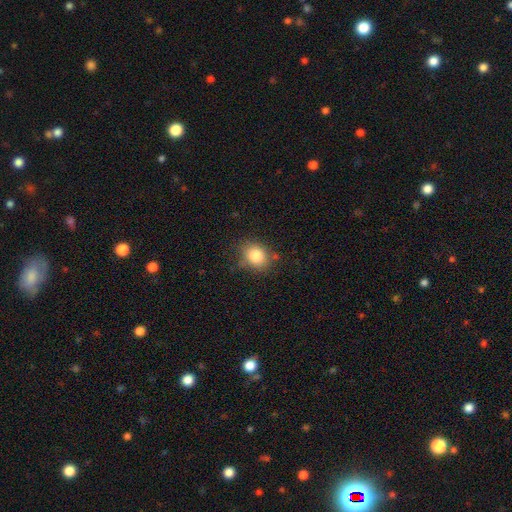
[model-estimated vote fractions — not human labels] This is clearly a smooth galaxy (82%). How rounded: likely round (61%). Merging: likely none (77%).